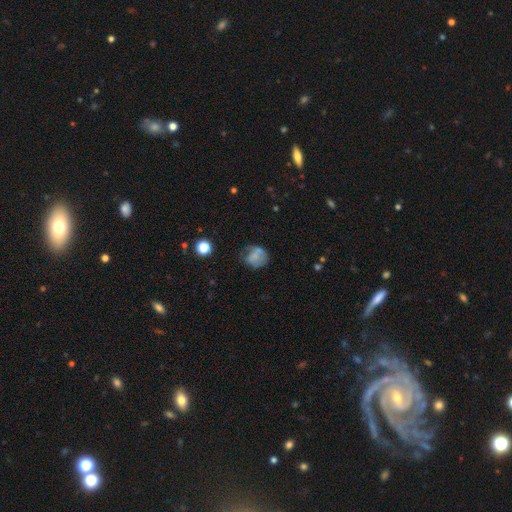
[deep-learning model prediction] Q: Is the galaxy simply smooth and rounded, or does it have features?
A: smooth — 60%.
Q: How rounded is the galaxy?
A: round — 63%.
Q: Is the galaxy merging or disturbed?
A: none — 45%.